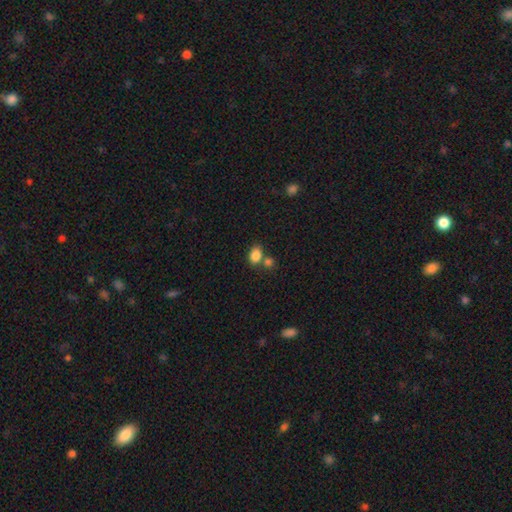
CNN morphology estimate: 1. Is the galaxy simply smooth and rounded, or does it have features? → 84% smooth, 10% star or artifact, 6% featured or disk.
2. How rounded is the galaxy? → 79% in between, 20% round, 1% cigar-shaped.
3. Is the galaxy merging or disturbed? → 55% none, 29% merger, 12% minor disturbance, 4% major disturbance.